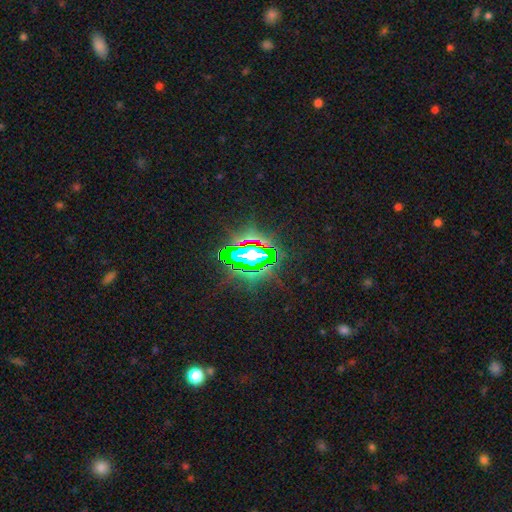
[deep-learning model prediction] Q: Smooth or featured?
A: star or artifact (81%); runner-up: smooth (11%)